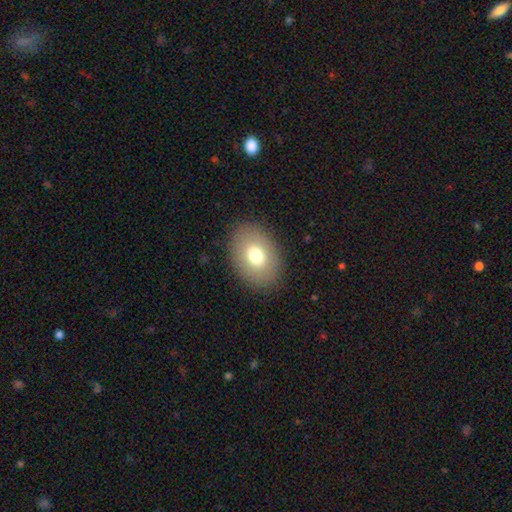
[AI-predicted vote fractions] The model was most divided on "how rounded": in between: 76%, round: 23%, cigar-shaped: 1%. More confident: merging — none (87%); smooth or featured — smooth (74%).